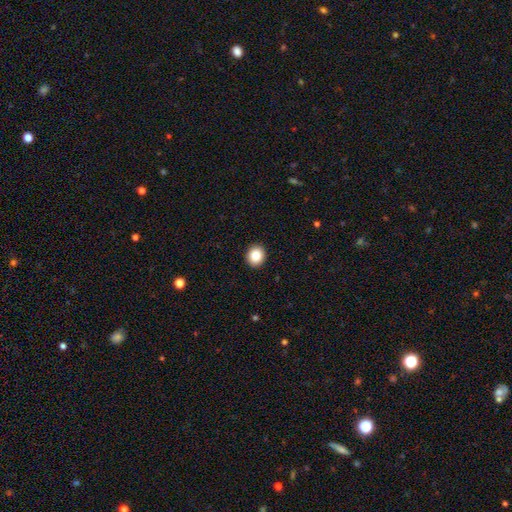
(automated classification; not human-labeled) Smooth or featured? smooth (85%)
How rounded? round (74%)
Merging? none (93%)